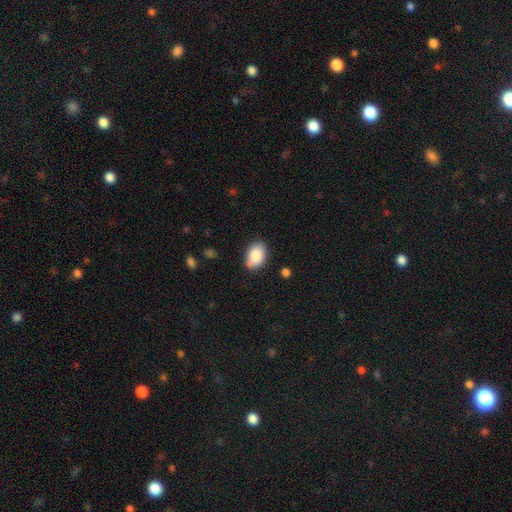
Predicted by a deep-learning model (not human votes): smooth_or_featured: smooth (p=0.85) [alt: featured or disk p=0.07]
how_rounded: in between (p=0.85) [alt: round p=0.14]
merging: none (p=0.75) [alt: minor disturbance p=0.18]